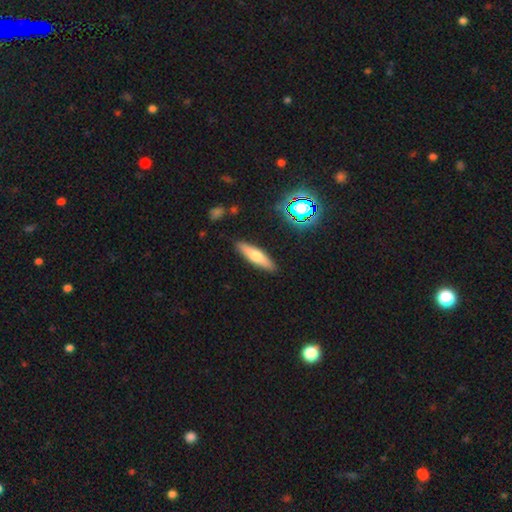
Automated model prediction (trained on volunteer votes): A smooth galaxy with no disk features (58%) that is cigar-shaped (69%).

Vote fractions:
- Smooth or featured? smooth: 58% / featured or disk: 34% / star or artifact: 8%
- How rounded? cigar-shaped: 69% / in between: 29% / round: 2%
- Merging? none: 89% / minor disturbance: 8% / major disturbance: 2% / merger: 1%